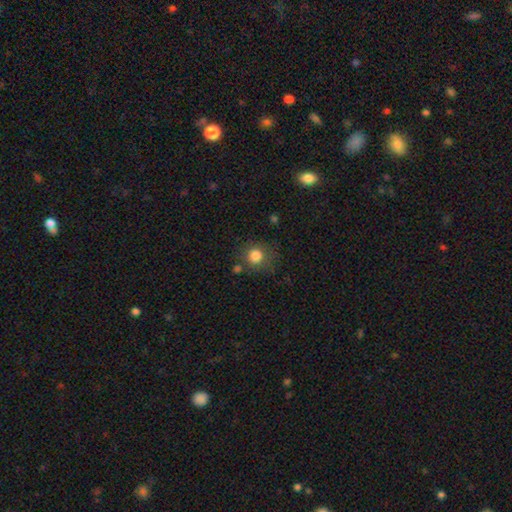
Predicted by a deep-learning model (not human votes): Smooth or featured?
  - smooth: 82% *
  - star or artifact: 11%
  - featured or disk: 7%
How rounded?
  - round: 88% *
  - in between: 11%
  - cigar-shaped: 1%
Merging?
  - none: 74% *
  - minor disturbance: 14%
  - major disturbance: 6%
  - merger: 6%